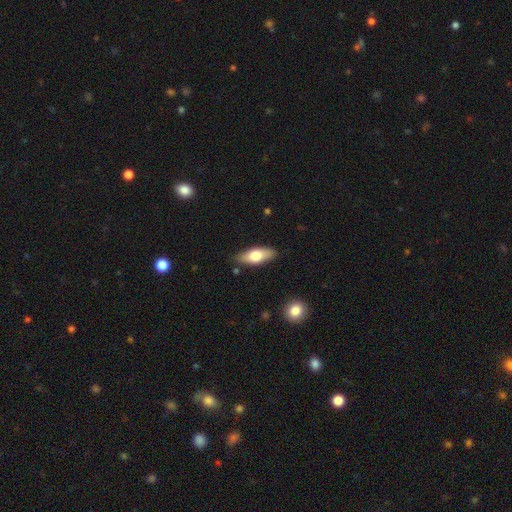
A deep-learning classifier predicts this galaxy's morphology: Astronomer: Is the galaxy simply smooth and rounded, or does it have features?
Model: smooth — 70%.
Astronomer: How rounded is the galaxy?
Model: in between — 75%.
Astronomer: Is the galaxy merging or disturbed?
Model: none — 84%.